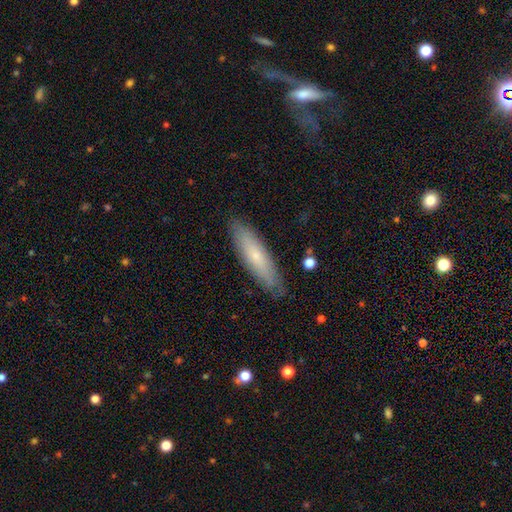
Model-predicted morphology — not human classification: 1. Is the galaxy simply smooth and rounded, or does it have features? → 61% smooth, 33% featured or disk, 6% star or artifact.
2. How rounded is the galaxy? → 69% cigar-shaped, 29% in between, 2% round.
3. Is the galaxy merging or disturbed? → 84% none, 13% minor disturbance, 2% major disturbance, 1% merger.